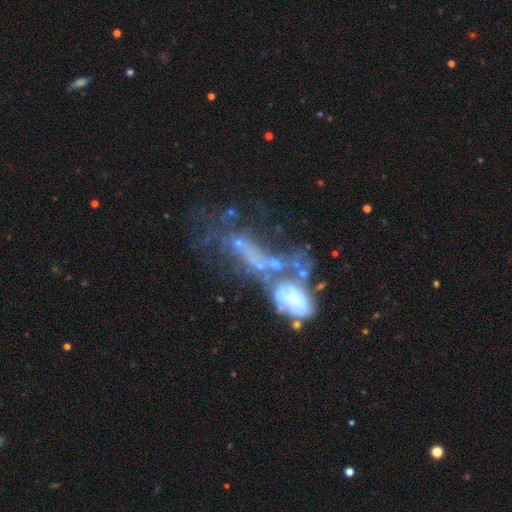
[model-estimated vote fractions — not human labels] Overall: featured or disk (56%; star or artifact 22%). Edge-on disk: no (87%). Merging: merger (62%).